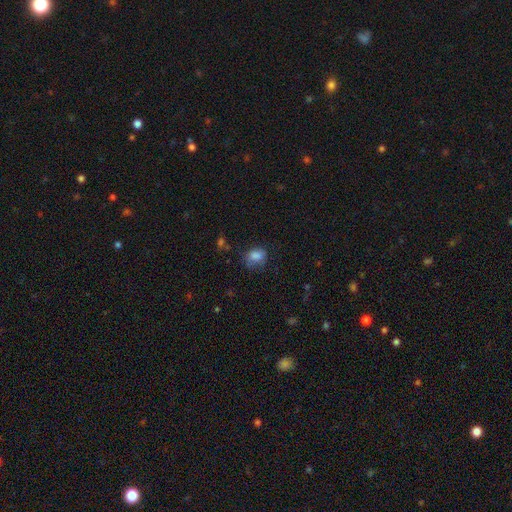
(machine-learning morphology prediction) A smooth galaxy with no disk features (80%) that is in between round and cigar-shaped (62%). Merging: none (55%).